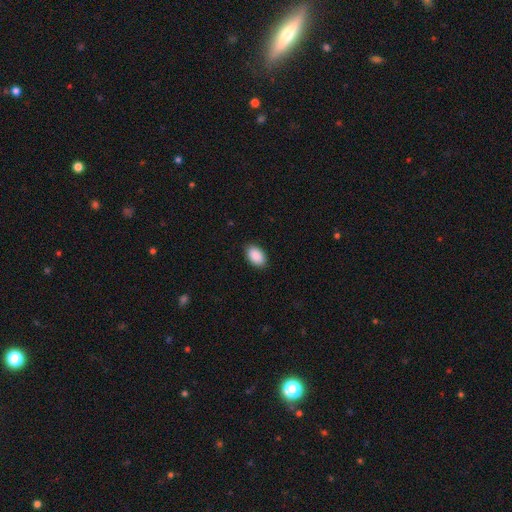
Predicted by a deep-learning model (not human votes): The model was most divided on "merging": none: 89%, minor disturbance: 8%, major disturbance: 2%, merger: 1%. More confident: how rounded — in between (92%); smooth or featured — smooth (91%).